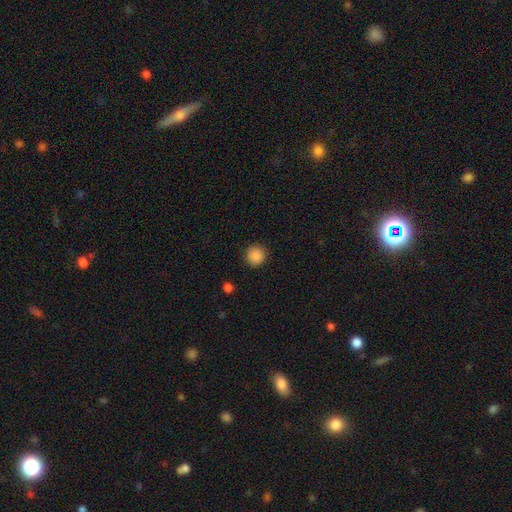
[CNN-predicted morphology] Smooth or featured: smooth — 88% (star or artifact — 9%)
How rounded: round — 94% (in between — 5%)
Merging: none — 90% (minor disturbance — 6%)